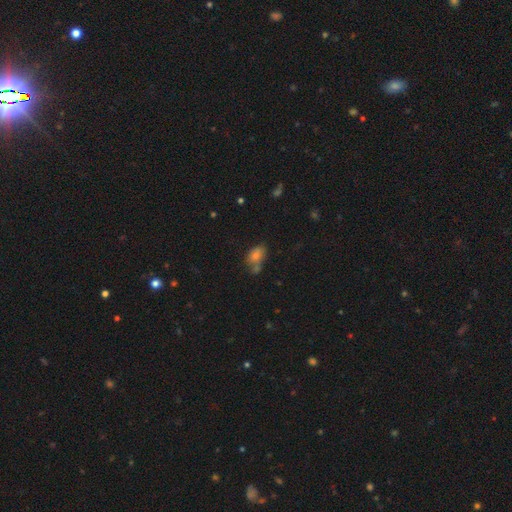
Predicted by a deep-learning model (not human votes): Q: Smooth or featured?
A: smooth (65%); runner-up: star or artifact (19%)
Q: How rounded?
A: in between (79%); runner-up: round (19%)
Q: Merging?
A: none (49%); runner-up: minor disturbance (21%)